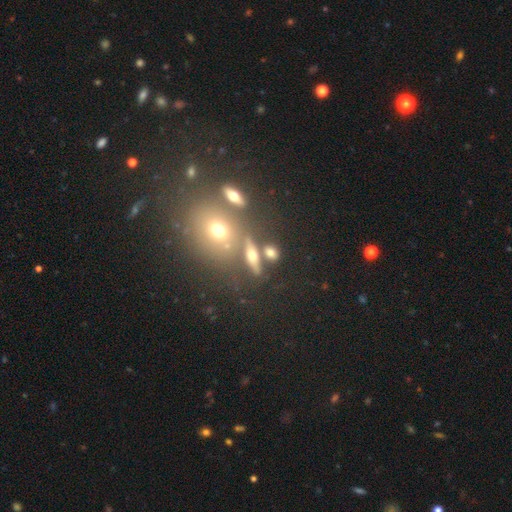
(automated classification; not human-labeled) A smooth galaxy with no disk features (42%).

Vote fractions:
- Smooth or featured? smooth: 42% / featured or disk: 37% / star or artifact: 20%
- Merging? none: 63% / merger: 19% / minor disturbance: 12% / major disturbance: 6%